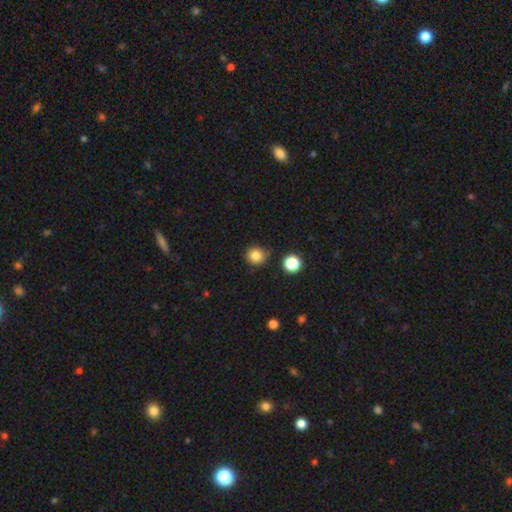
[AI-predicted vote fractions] smooth-or-featured: smooth: 83% | star or artifact: 12% | featured or disk: 5%
  how-rounded: round: 90% | in between: 9% | cigar-shaped: 1%
  merging: none: 86% | minor disturbance: 10% | merger: 3% | major disturbance: 2%